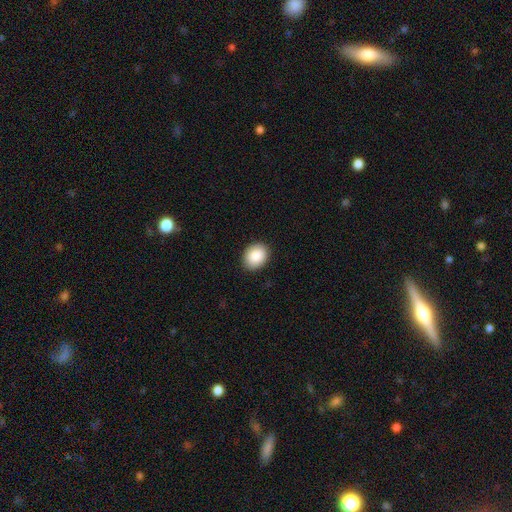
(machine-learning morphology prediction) Smooth or featured?
  - smooth: 88% *
  - star or artifact: 7%
  - featured or disk: 5%
How rounded?
  - in between: 55% *
  - round: 44%
  - cigar-shaped: 1%
Merging?
  - none: 90% *
  - minor disturbance: 8%
  - major disturbance: 2%
  - merger: 1%